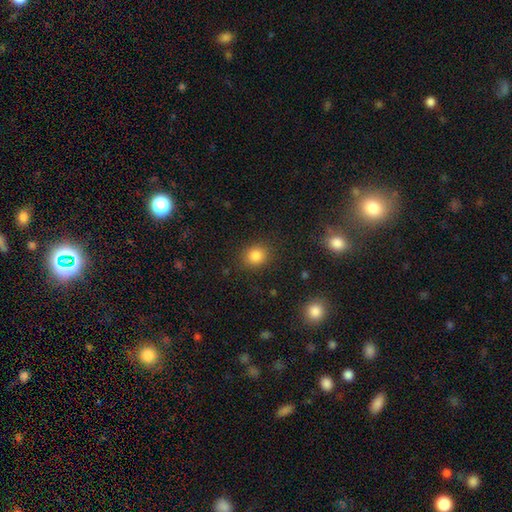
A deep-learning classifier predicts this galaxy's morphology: Smooth or featured: smooth — 84% (star or artifact — 11%)
How rounded: round — 70% (in between — 29%)
Merging: none — 85% (minor disturbance — 9%)